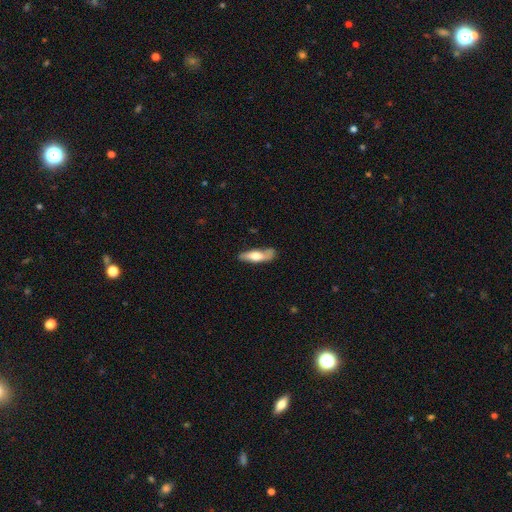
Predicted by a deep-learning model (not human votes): A smooth galaxy with no disk features (58%) that is cigar-shaped (52%). Merging: none (60%).